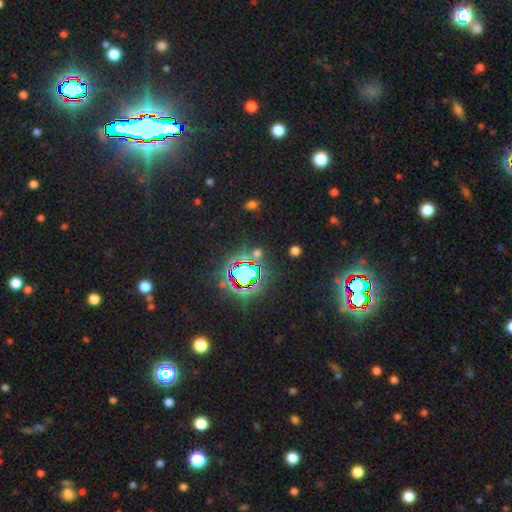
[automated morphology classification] Smooth or featured: star or artifact — 76% (smooth — 15%)